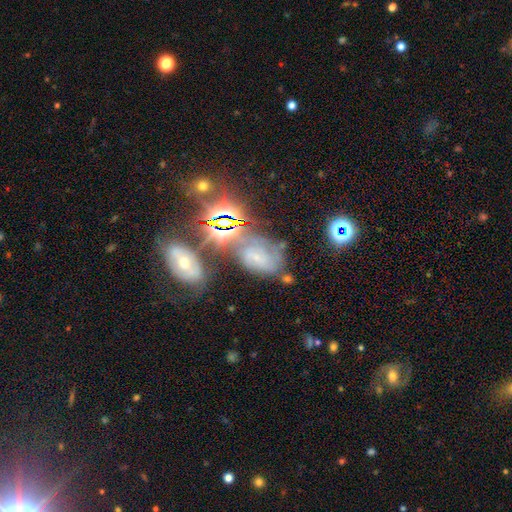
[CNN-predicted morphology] A star or artifact, not a galaxy (49%).

Vote fractions:
- Smooth or featured? star or artifact: 49% / featured or disk: 29% / smooth: 22%